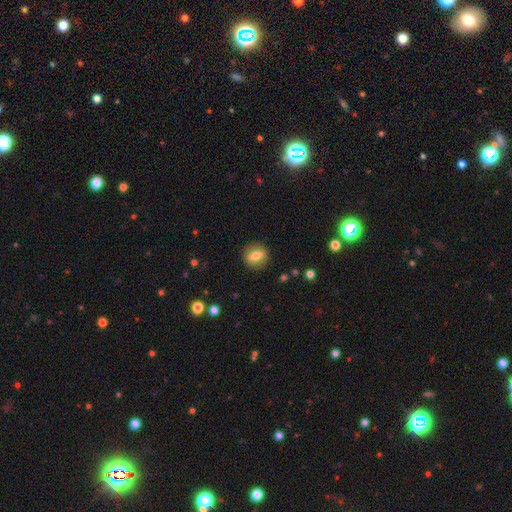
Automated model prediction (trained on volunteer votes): smooth-or-featured: smooth: 68% | featured or disk: 23% | star or artifact: 9%
  how-rounded: round: 68% | in between: 30% | cigar-shaped: 3%
  merging: none: 88% | minor disturbance: 9% | major disturbance: 3% | merger: 1%